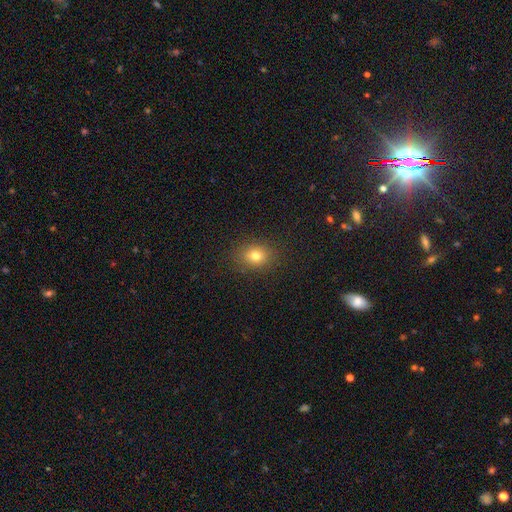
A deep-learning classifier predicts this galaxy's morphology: smooth-or-featured: smooth: 77% | star or artifact: 14% | featured or disk: 9%
  how-rounded: in between: 50% | round: 49% | cigar-shaped: 1%
  merging: none: 87% | minor disturbance: 9% | major disturbance: 3% | merger: 1%